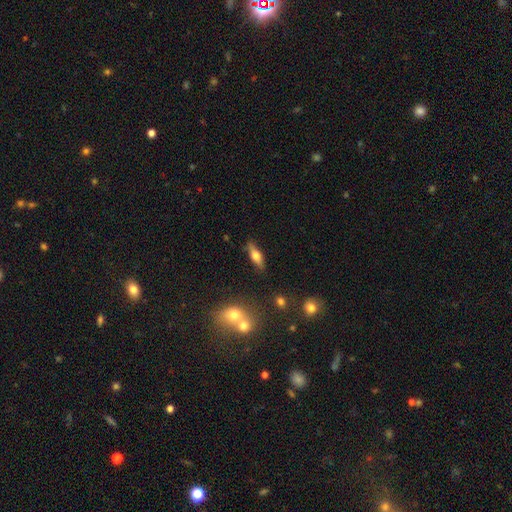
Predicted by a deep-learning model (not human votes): A smooth galaxy with no disk features (53%) that is cigar-shaped (49%).

Vote fractions:
- Smooth or featured? smooth: 53% / featured or disk: 40% / star or artifact: 7%
- How rounded? cigar-shaped: 49% / in between: 48% / round: 4%
- Merging? none: 85% / minor disturbance: 10% / merger: 3% / major disturbance: 3%